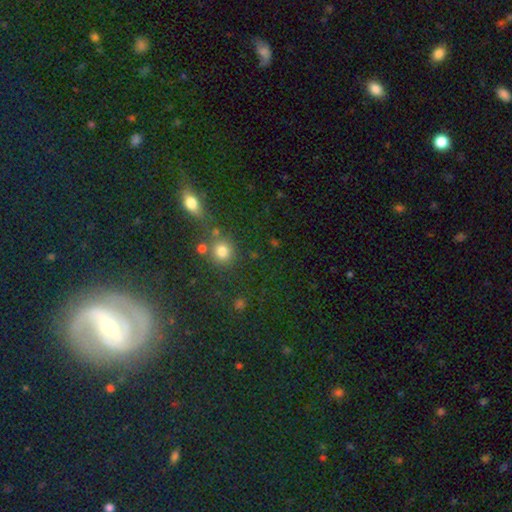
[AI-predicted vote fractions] A star or artifact, not a galaxy (37%).